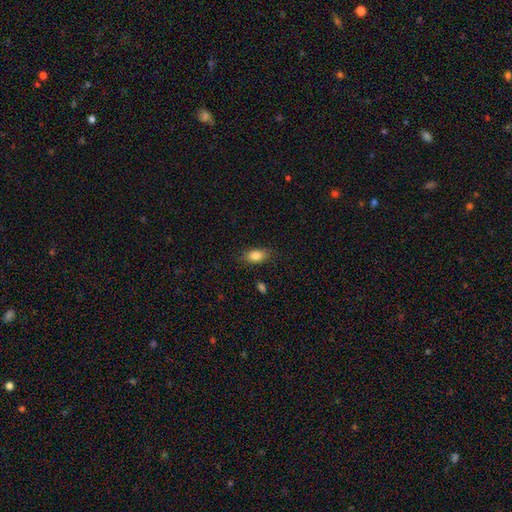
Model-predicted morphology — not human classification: smooth-or-featured: smooth: 85% | star or artifact: 8% | featured or disk: 7%
  how-rounded: in between: 85% | round: 11% | cigar-shaped: 4%
  merging: none: 82% | minor disturbance: 14% | major disturbance: 3% | merger: 2%